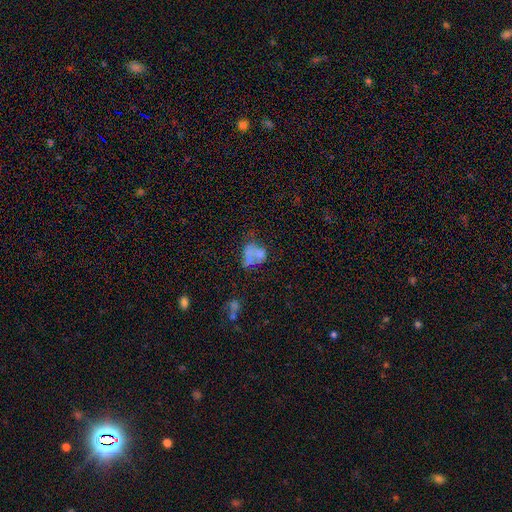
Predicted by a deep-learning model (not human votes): A smooth galaxy with no disk features (53%) that is in between round and cigar-shaped (61%). Merging: none (29%).